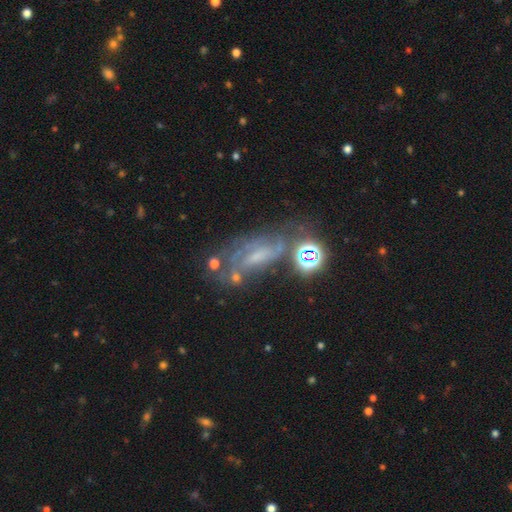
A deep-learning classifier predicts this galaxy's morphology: smooth_or_featured: featured or disk (p=0.59) [alt: star or artifact p=0.23]
disk_edge_on: no (p=0.87) [alt: yes p=0.13]
bar: weak (p=0.41) [alt: no p=0.39]
has_spiral_arms: yes (p=0.72) [alt: no p=0.28]
bulge_size: small (p=0.52) [alt: none p=0.22]
merging: none (p=0.48) [alt: minor disturbance p=0.20]